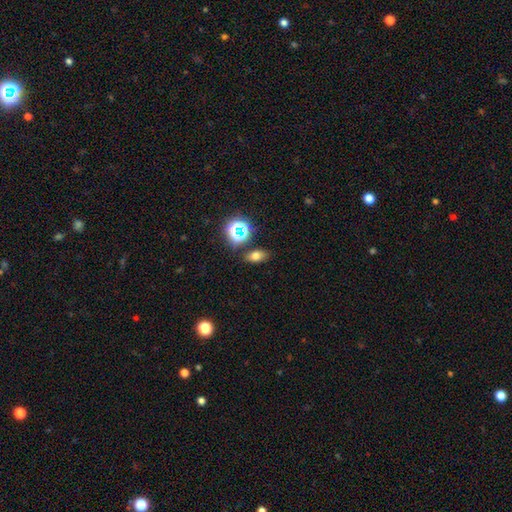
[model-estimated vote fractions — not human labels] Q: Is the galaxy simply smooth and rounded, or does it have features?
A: smooth — 65%.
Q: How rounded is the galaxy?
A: in between — 81%.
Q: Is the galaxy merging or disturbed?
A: none — 83%.